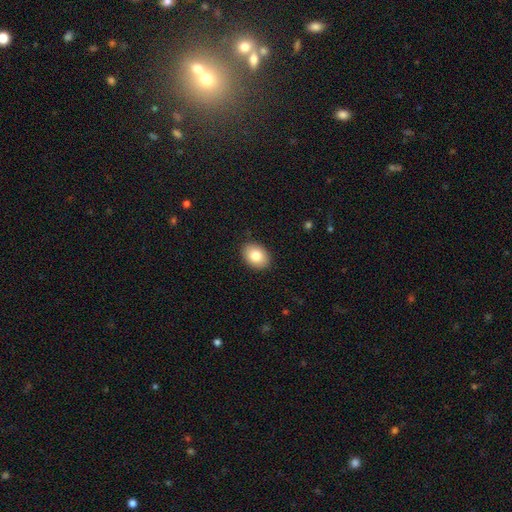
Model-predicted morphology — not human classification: A smooth galaxy with no disk features (82%) that is in between round and cigar-shaped (74%). Merging: none (89%).